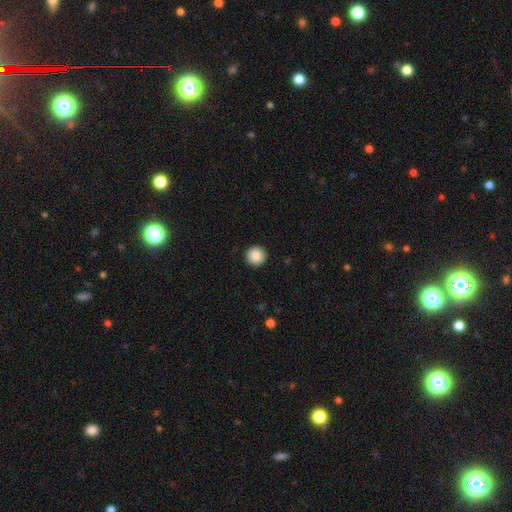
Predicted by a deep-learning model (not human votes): smooth 89%, star or artifact 8%, featured or disk 3%. Down the decision tree: how rounded — round (96%); merging — none (93%).